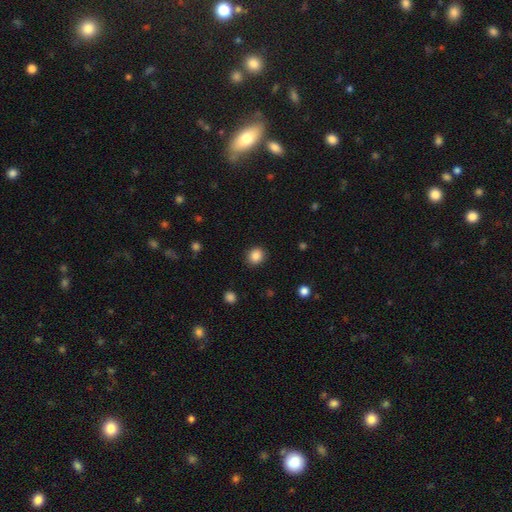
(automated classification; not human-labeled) Smooth or featured? Predicted: smooth (p=0.86). How rounded? Predicted: round (p=0.79). Merging? Predicted: none (p=0.90).